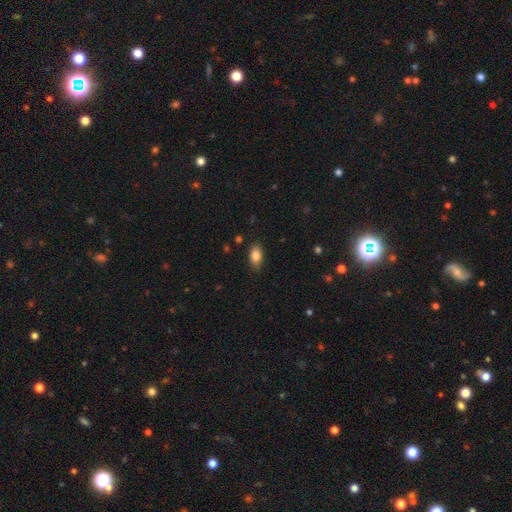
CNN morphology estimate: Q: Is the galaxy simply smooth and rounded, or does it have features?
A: smooth — 83%.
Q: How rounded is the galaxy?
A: in between — 89%.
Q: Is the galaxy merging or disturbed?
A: none — 84%.